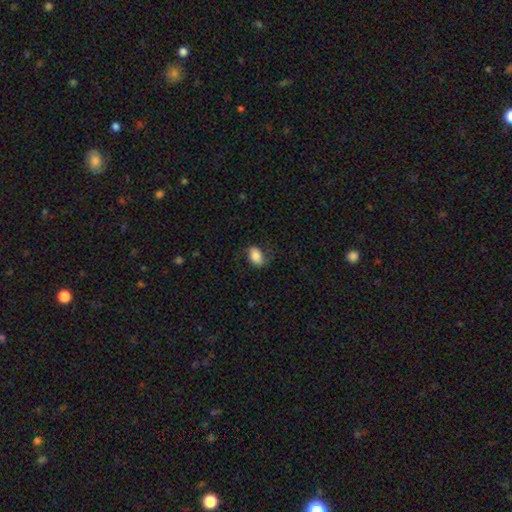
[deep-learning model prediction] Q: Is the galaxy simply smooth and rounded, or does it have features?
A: smooth — 77%.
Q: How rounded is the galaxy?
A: in between — 84%.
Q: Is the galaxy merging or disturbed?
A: none — 66%.